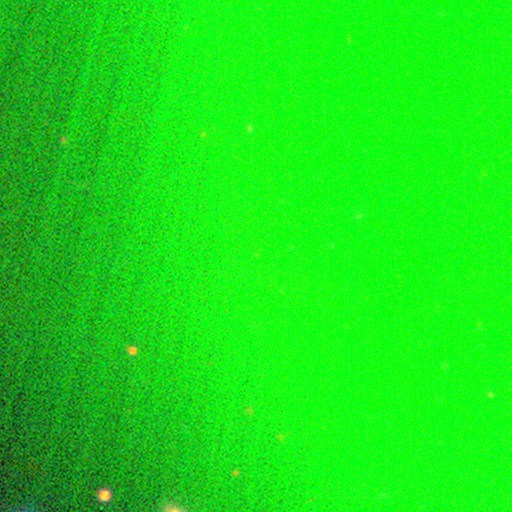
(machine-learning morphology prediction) The model was most divided on "smooth or featured": star or artifact: 78%, smooth: 13%, featured or disk: 9%.